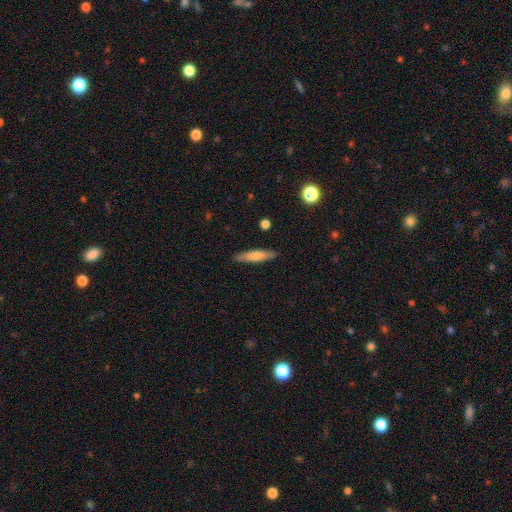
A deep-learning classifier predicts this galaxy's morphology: smooth_or_featured: smooth (p=0.67) [alt: featured or disk p=0.26]
how_rounded: cigar-shaped (p=0.84) [alt: in between p=0.15]
merging: none (p=0.88) [alt: minor disturbance p=0.09]